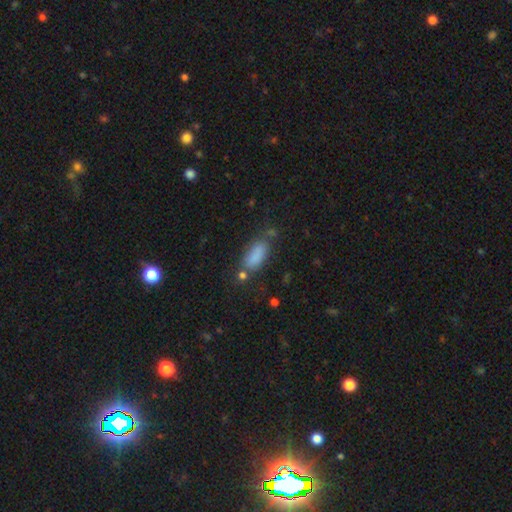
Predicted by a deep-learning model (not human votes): smooth_or_featured: smooth (p=0.84) [alt: star or artifact p=0.09]
how_rounded: in between (p=0.78) [alt: cigar-shaped p=0.19]
merging: none (p=0.62) [alt: minor disturbance p=0.20]